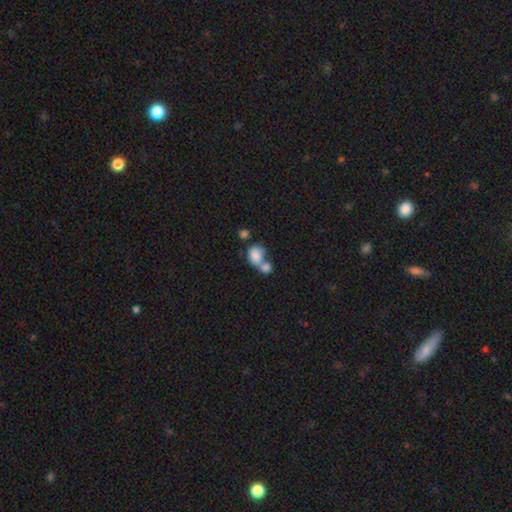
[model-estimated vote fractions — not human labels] A smooth galaxy with no disk features (81%) that is in between round and cigar-shaped (59%).

Vote fractions:
- Smooth or featured? smooth: 81% / featured or disk: 11% / star or artifact: 8%
- How rounded? in between: 59% / round: 40% / cigar-shaped: 1%
- Merging? merger: 66% / none: 20% / minor disturbance: 8% / major disturbance: 5%